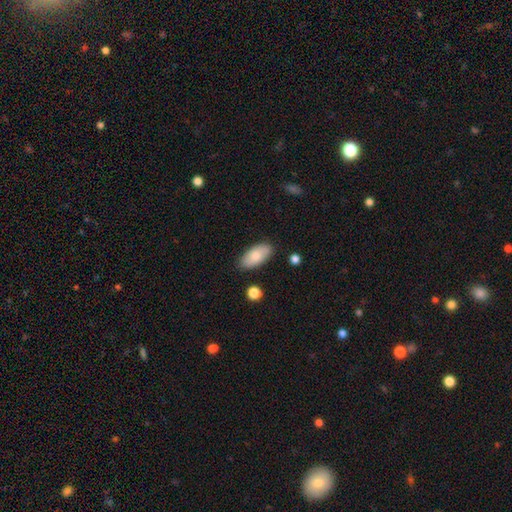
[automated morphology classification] Q: Smooth or featured?
A: smooth (79%); runner-up: featured or disk (14%)
Q: How rounded?
A: in between (92%); runner-up: cigar-shaped (6%)
Q: Merging?
A: none (84%); runner-up: minor disturbance (12%)